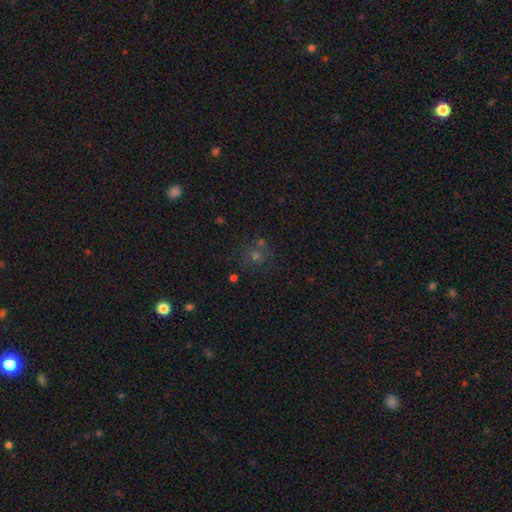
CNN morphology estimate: smooth 50%, star or artifact 37%, featured or disk 12%. Down the decision tree: how rounded — round (85%); merging — none (69%).